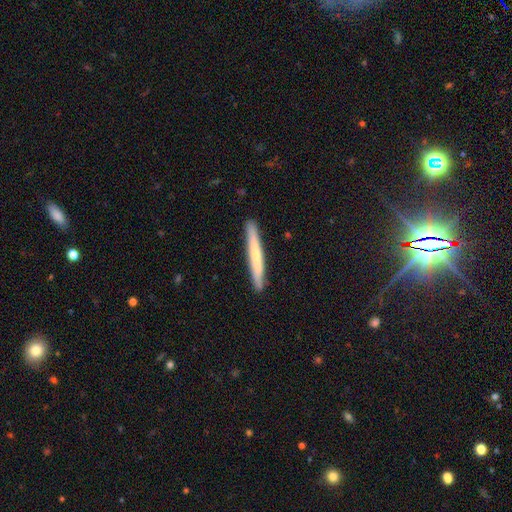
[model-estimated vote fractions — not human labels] Morphology: type=smooth (55%); roundness=cigar-shaped (96%); merging=none (91%).